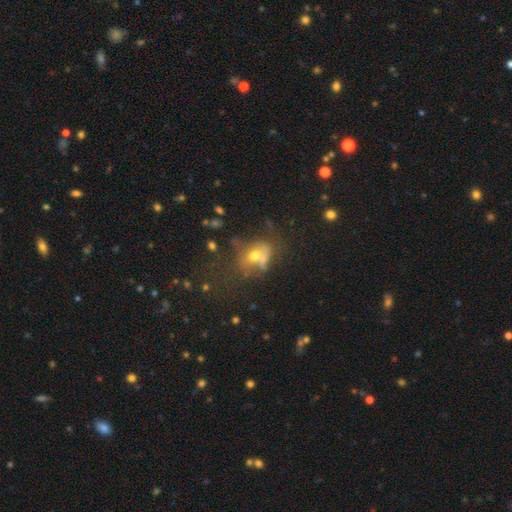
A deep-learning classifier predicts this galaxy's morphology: A smooth galaxy with no disk features (52%) that is in between round and cigar-shaped (55%).

Vote fractions:
- Smooth or featured? smooth: 52% / featured or disk: 29% / star or artifact: 19%
- How rounded? in between: 55% / round: 43% / cigar-shaped: 2%
- Merging? none: 35% / merger: 26% / major disturbance: 21% / minor disturbance: 18%